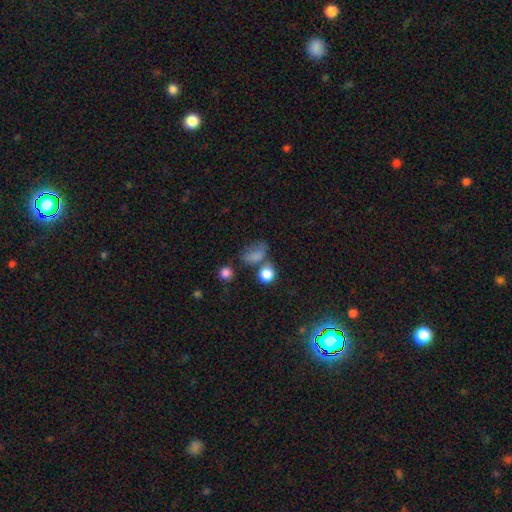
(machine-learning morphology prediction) smooth-or-featured: smooth: 74% | star or artifact: 16% | featured or disk: 11%
  how-rounded: in between: 66% | round: 32% | cigar-shaped: 2%
  merging: none: 41% | minor disturbance: 23% | merger: 18% | major disturbance: 18%